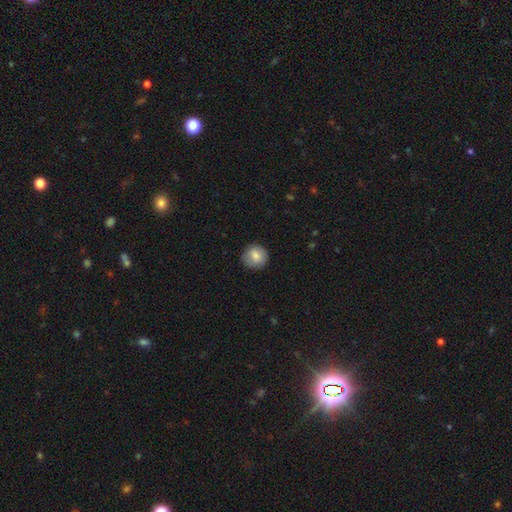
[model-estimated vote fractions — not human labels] Overall: smooth (82%). How rounded: round (91%). Merging: none (86%).